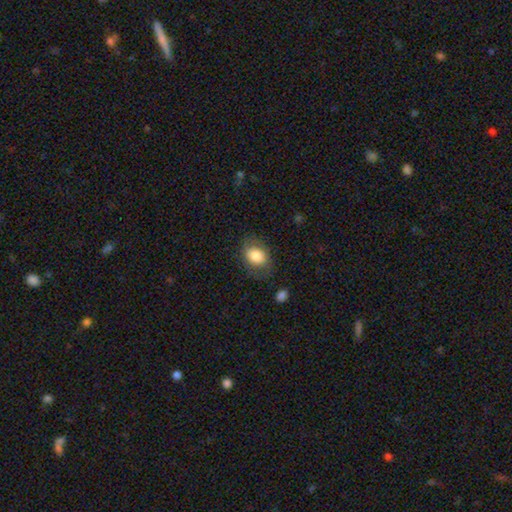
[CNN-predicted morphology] Smooth or featured? smooth (82%)
How rounded? in between (67%)
Merging? none (73%)